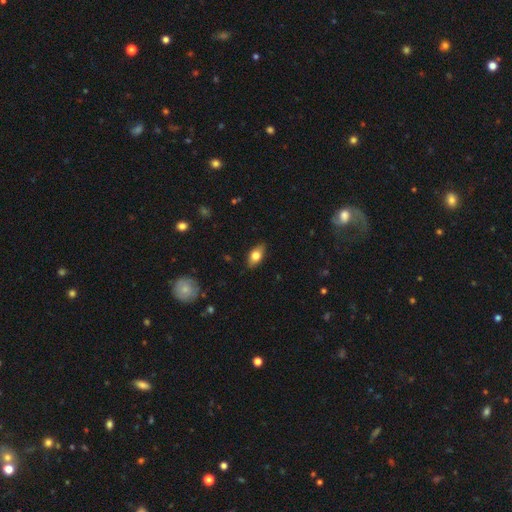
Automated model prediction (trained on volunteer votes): A smooth galaxy with no disk features (72%) that is in between round and cigar-shaped (86%). Merging: none (85%).